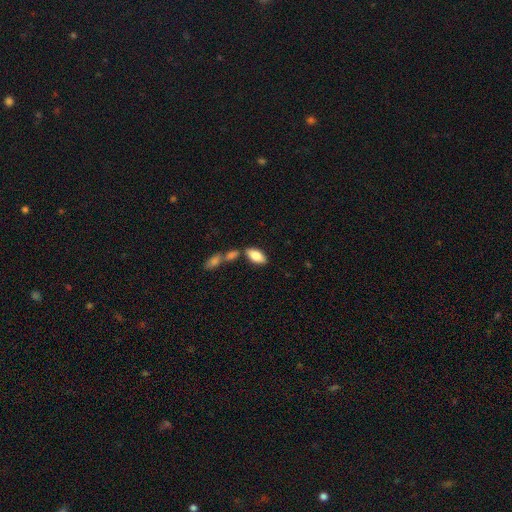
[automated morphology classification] This is likely a smooth galaxy (80%). How rounded: clearly in between (91%). Merging: likely none (68%).